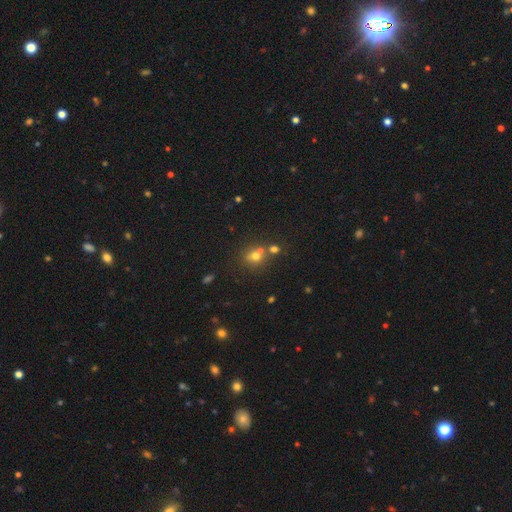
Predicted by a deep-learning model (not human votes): This appears to be a smooth galaxy with no disk features (62%) that is round (80%). Merging: none (52%).